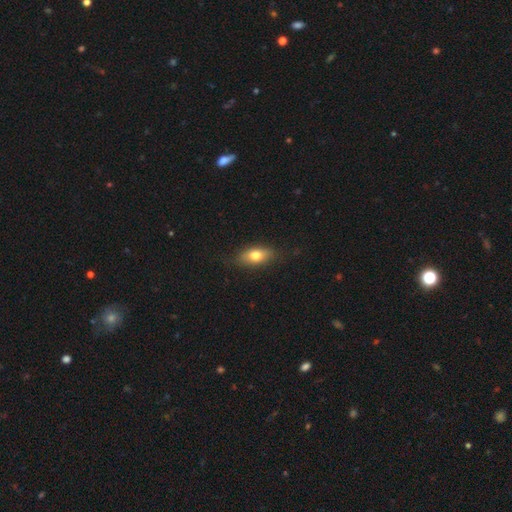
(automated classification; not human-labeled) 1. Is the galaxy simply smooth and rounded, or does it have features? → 72% smooth, 20% featured or disk, 8% star or artifact.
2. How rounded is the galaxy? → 80% in between, 12% cigar-shaped, 8% round.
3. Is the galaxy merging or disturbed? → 81% none, 14% minor disturbance, 3% major disturbance, 1% merger.